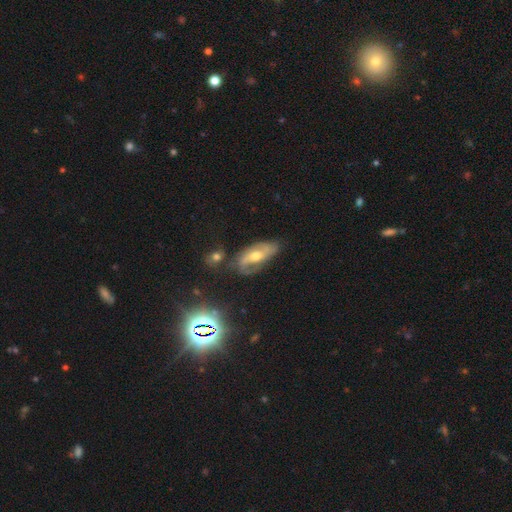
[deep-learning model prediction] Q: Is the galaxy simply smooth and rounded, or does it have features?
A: featured or disk — 67%.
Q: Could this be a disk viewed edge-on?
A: no — 90%.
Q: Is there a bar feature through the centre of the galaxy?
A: no — 46%.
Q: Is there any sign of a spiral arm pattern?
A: yes — 86%.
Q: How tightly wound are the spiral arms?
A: medium — 42%.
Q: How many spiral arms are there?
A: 2 — 69%.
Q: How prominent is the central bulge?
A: moderate — 71%.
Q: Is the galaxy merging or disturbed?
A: none — 62%.